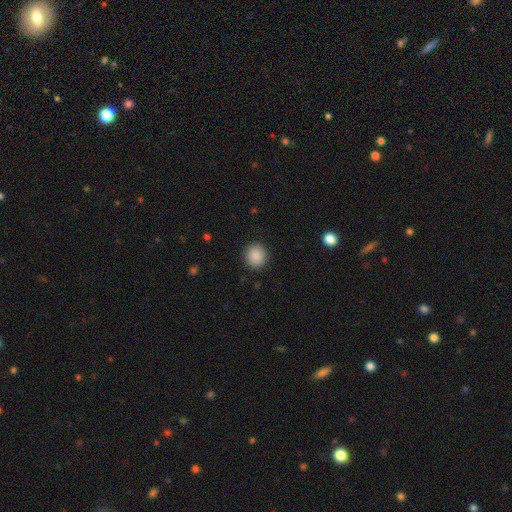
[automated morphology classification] A smooth galaxy with no disk features (88%) that is round (83%). Merging: none (90%).